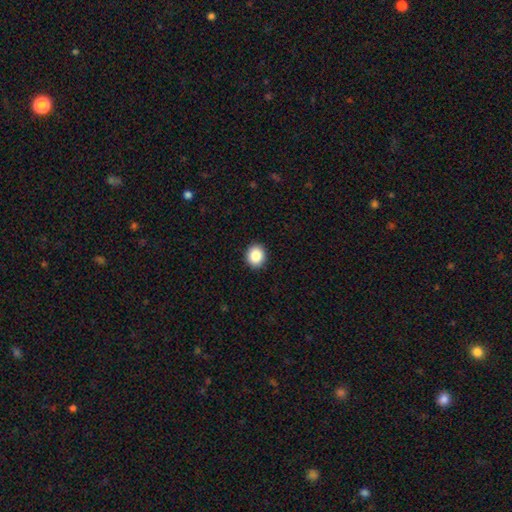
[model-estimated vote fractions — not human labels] The model was most divided on "how rounded": round: 76%, in between: 23%, cigar-shaped: 1%. More confident: merging — none (92%); smooth or featured — smooth (88%).